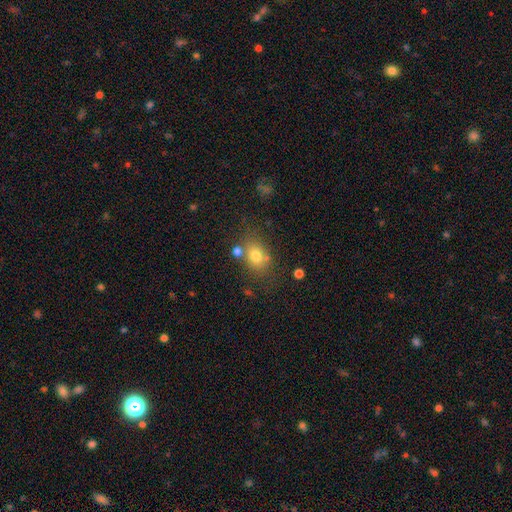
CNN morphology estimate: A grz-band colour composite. It shows a smooth galaxy with no disk features (74%) that is in between round and cigar-shaped (64%). Merging: none (65%).